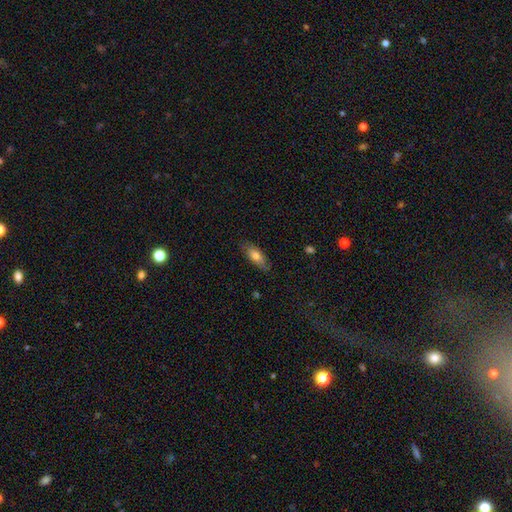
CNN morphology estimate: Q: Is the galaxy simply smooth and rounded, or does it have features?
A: smooth — 69%.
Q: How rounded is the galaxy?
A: in between — 75%.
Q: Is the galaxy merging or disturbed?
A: none — 79%.